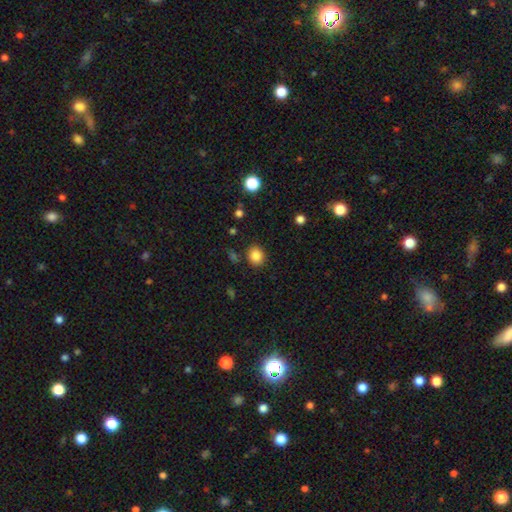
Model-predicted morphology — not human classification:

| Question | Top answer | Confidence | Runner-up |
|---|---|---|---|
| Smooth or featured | smooth | 85% | star or artifact (10%) |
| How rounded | round | 68% | in between (31%) |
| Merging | none | 85% | minor disturbance (9%) |